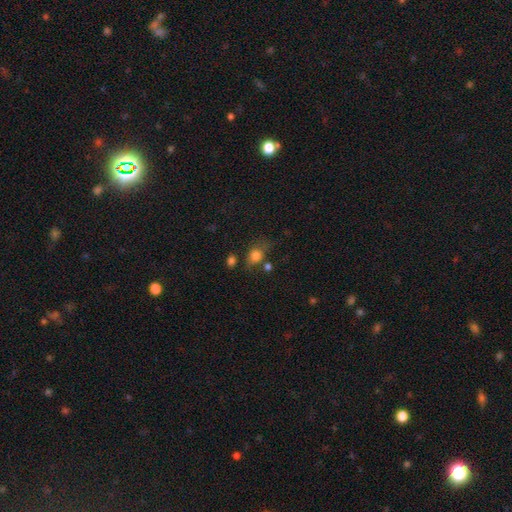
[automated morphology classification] Smooth or featured: smooth — 77% (star or artifact — 12%)
How rounded: round — 50% (in between — 48%)
Merging: none — 55% (minor disturbance — 25%)